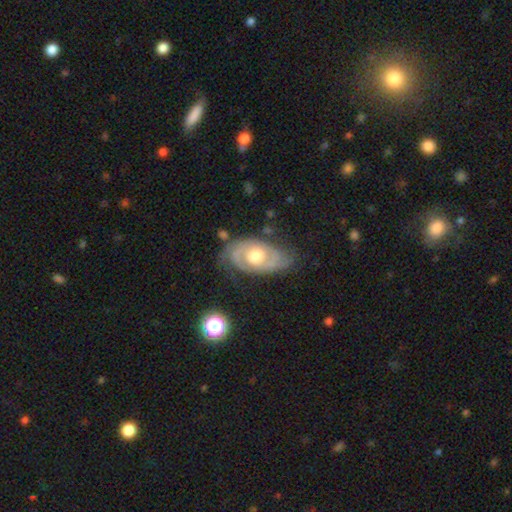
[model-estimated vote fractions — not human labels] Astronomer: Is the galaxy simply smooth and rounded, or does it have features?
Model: featured or disk — 81%.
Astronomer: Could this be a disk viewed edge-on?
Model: no — 95%.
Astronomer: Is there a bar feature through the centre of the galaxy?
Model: no — 70%.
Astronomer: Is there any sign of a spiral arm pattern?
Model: yes — 87%.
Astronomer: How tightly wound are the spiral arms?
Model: tight — 53% (runner-up: medium, 35%).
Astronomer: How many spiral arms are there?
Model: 2 — 71%.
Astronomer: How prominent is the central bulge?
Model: moderate — 69%.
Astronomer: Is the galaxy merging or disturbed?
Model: none — 64%.